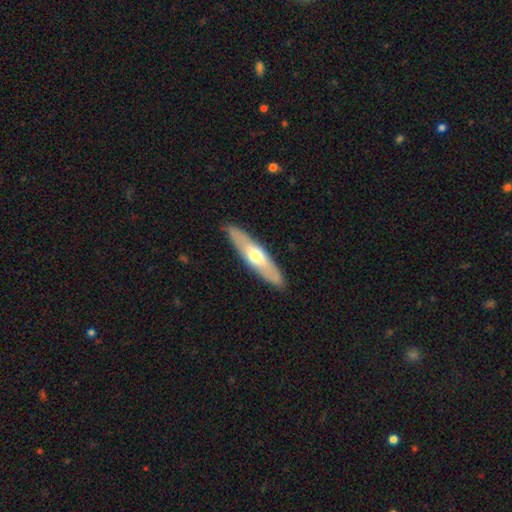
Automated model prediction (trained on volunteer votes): Smooth or featured?
  - featured or disk: 49% *
  - smooth: 46%
  - star or artifact: 5%
Merging?
  - none: 87% *
  - minor disturbance: 10%
  - major disturbance: 2%
  - merger: 1%